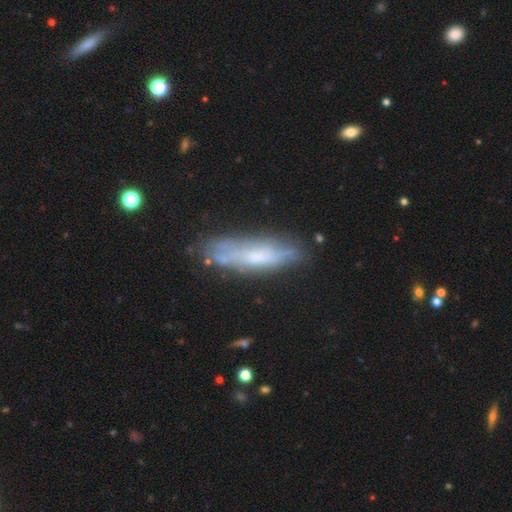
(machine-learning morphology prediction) This is possibly a featured or disk galaxy (49%). Merging: likely none (66%).